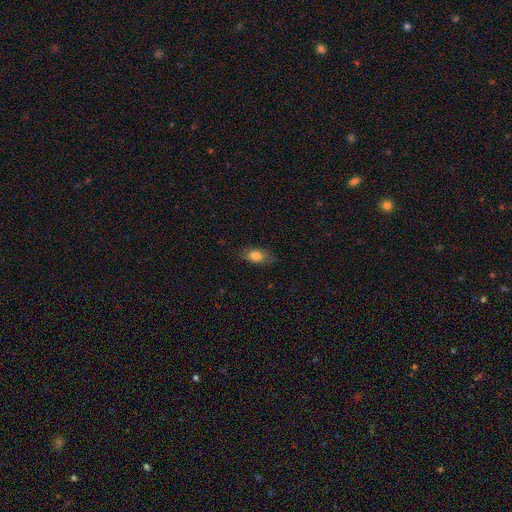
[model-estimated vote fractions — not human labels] A smooth galaxy with no disk features (81%) that is in between round and cigar-shaped (83%).

Vote fractions:
- Smooth or featured? smooth: 81% / featured or disk: 10% / star or artifact: 9%
- How rounded? in between: 83% / round: 11% / cigar-shaped: 6%
- Merging? none: 77% / minor disturbance: 18% / major disturbance: 4% / merger: 1%